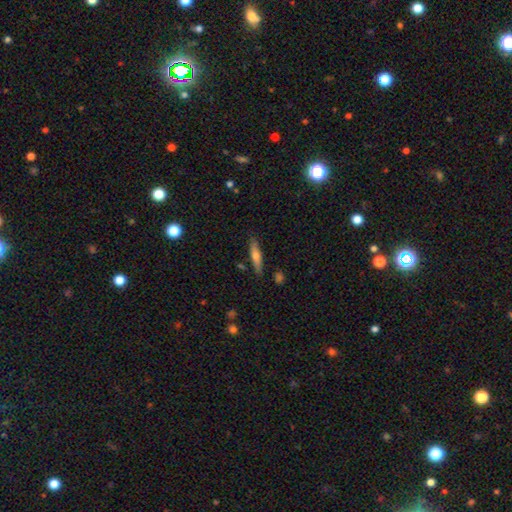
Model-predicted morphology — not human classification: smooth-or-featured: smooth: 56% | featured or disk: 37% | star or artifact: 6%
  how-rounded: cigar-shaped: 83% | in between: 15% | round: 2%
  merging: none: 84% | minor disturbance: 11% | merger: 3% | major disturbance: 2%